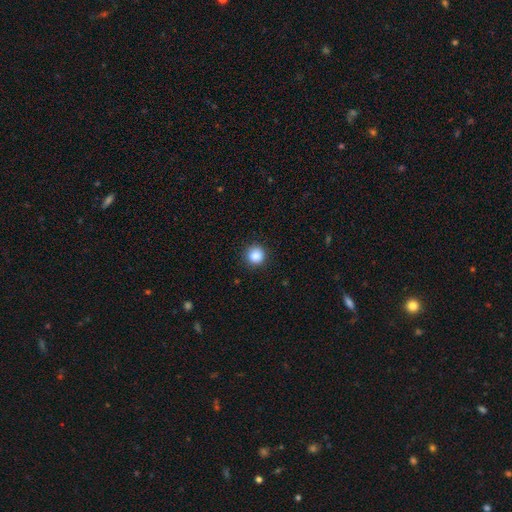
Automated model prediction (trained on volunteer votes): This is clearly a smooth galaxy (87%). How rounded: clearly round (94%). Merging: clearly none (91%).